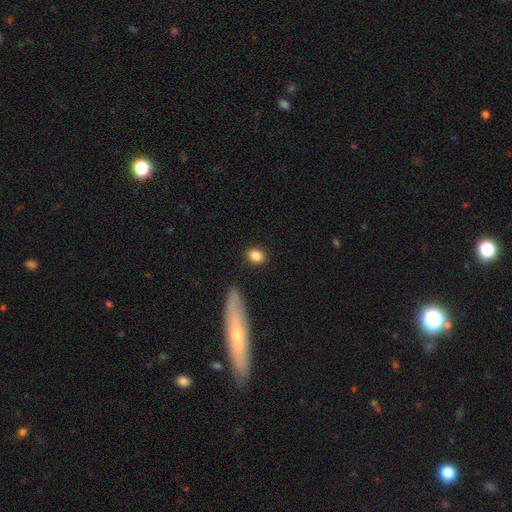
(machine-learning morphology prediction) A smooth galaxy with no disk features (86%) that is in between round and cigar-shaped (52%). Merging: none (87%).